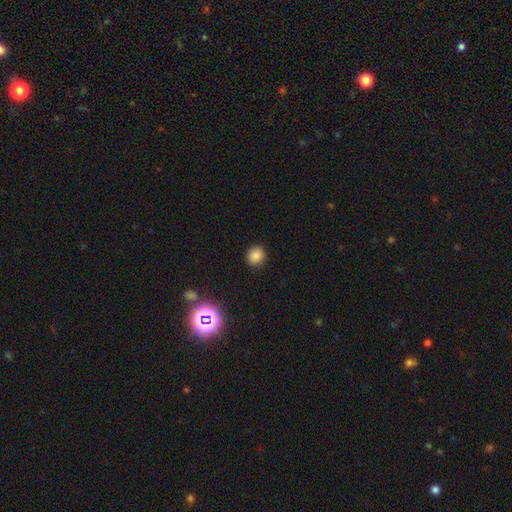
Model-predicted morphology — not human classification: This is clearly a smooth galaxy (82%). How rounded: likely round (79%). Merging: clearly none (89%).